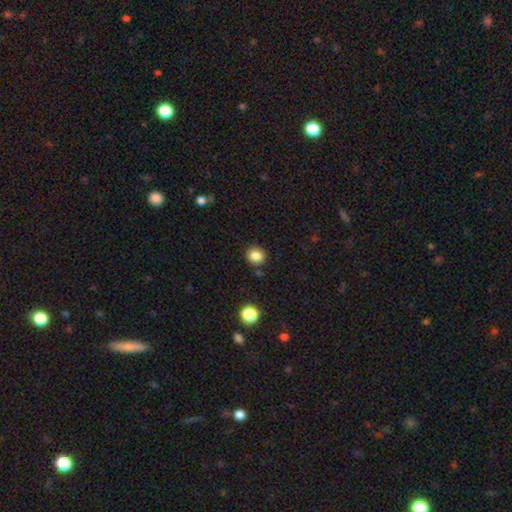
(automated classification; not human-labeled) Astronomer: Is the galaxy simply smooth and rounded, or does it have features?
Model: smooth — 84%.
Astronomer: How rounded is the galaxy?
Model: round — 81%.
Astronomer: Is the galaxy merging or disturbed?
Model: none — 85%.